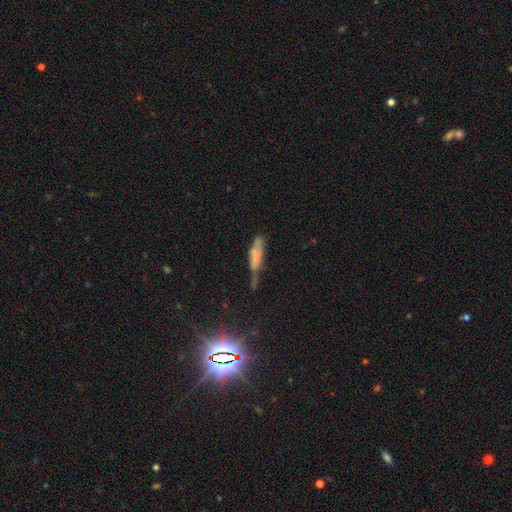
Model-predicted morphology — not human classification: This appears to be a smooth galaxy with no disk features (59%) that is cigar-shaped (69%). Merging: none (35%).